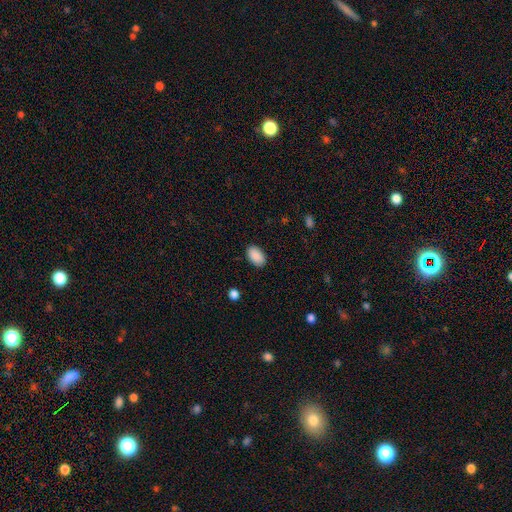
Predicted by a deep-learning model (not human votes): smooth_or_featured: smooth (p=0.91) [alt: star or artifact p=0.07]
how_rounded: in between (p=0.93) [alt: round p=0.06]
merging: none (p=0.89) [alt: minor disturbance p=0.08]